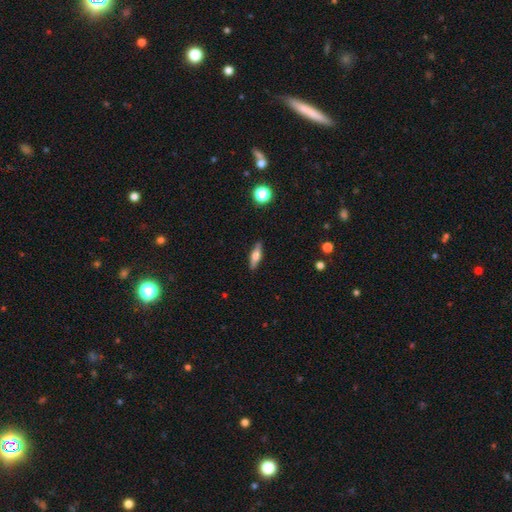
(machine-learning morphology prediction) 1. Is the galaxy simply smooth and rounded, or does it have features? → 52% smooth, 40% featured or disk, 7% star or artifact.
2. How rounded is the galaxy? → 54% cigar-shaped, 43% in between, 3% round.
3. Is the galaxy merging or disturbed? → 89% none, 8% minor disturbance, 2% major disturbance, 1% merger.